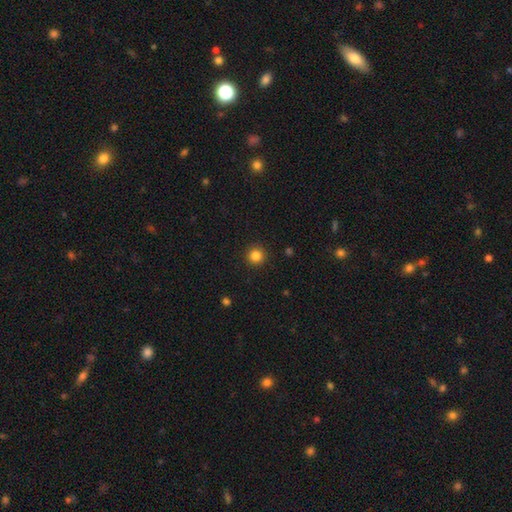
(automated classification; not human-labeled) Morphology: type=smooth (84%); roundness=round (95%); merging=none (92%).